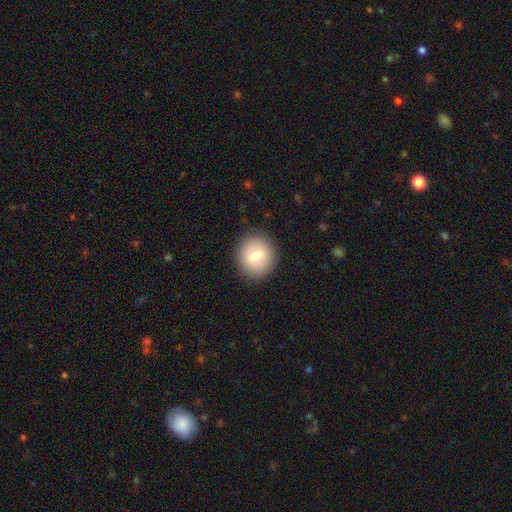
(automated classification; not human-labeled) smooth_or_featured: smooth (p=0.76) [alt: featured or disk p=0.15]
how_rounded: round (p=0.87) [alt: in between p=0.12]
merging: none (p=0.90) [alt: minor disturbance p=0.06]